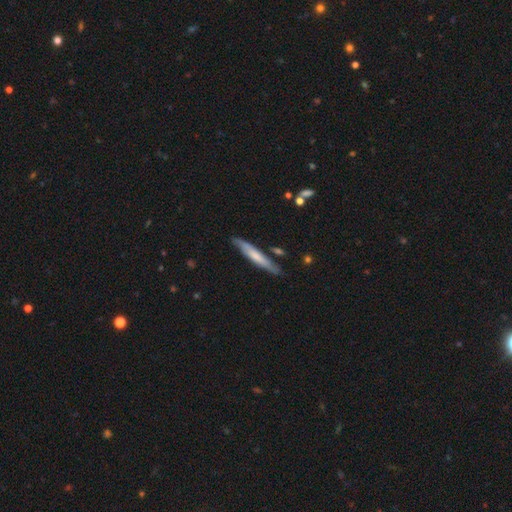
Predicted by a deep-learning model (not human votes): smooth_or_featured: smooth (p=0.55) [alt: featured or disk p=0.40]
how_rounded: cigar-shaped (p=0.93) [alt: in between p=0.06]
merging: none (p=0.81) [alt: minor disturbance p=0.14]